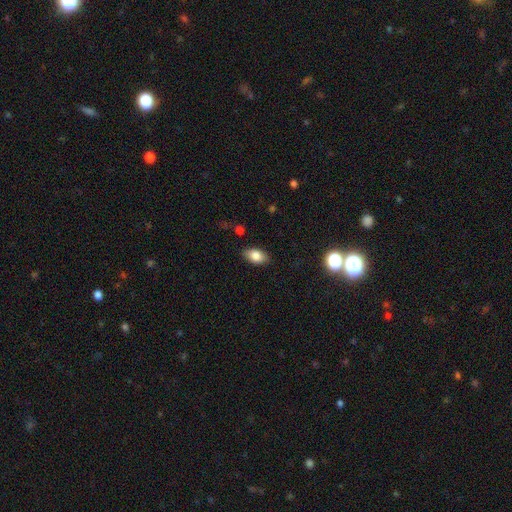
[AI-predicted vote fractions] A smooth galaxy with no disk features (82%) that is in between round and cigar-shaped (91%). Merging: none (86%).